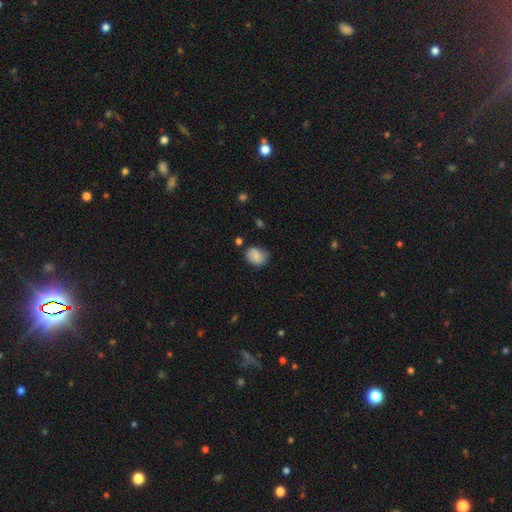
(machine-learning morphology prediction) Smooth or featured? Predicted: smooth (p=0.80). How rounded? Predicted: in between (p=0.55). Merging? Predicted: none (p=0.71).